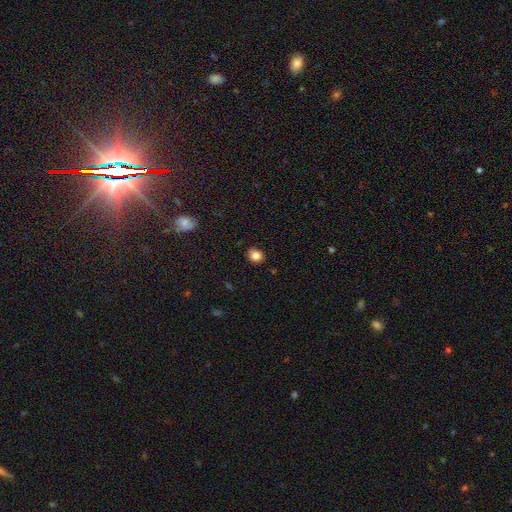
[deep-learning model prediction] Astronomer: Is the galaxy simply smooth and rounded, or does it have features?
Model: smooth — 84%.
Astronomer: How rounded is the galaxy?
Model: round — 65%.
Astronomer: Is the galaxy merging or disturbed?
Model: none — 88%.